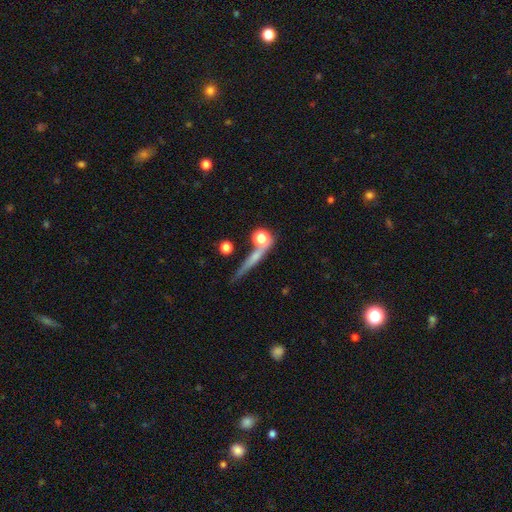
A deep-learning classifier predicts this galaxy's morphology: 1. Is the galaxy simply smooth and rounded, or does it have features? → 47% smooth, 38% featured or disk, 15% star or artifact.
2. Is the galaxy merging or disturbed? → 65% none, 14% merger, 13% minor disturbance, 7% major disturbance.